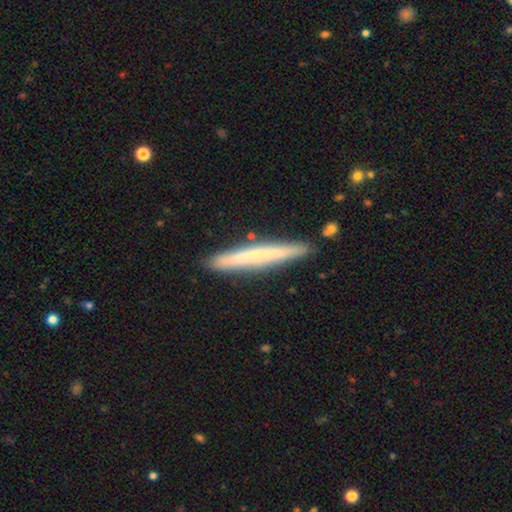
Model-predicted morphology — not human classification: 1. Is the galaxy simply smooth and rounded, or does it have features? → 54% smooth, 40% featured or disk, 6% star or artifact.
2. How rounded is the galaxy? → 96% cigar-shaped, 2% in between, 1% round.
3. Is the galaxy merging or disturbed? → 87% none, 9% minor disturbance, 2% merger, 2% major disturbance.